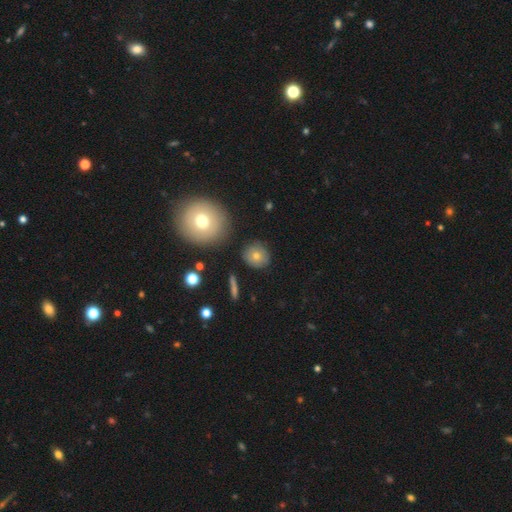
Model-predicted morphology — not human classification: smooth 74%, featured or disk 15%, star or artifact 11%. Down the decision tree: how rounded — round (86%); merging — none (86%).